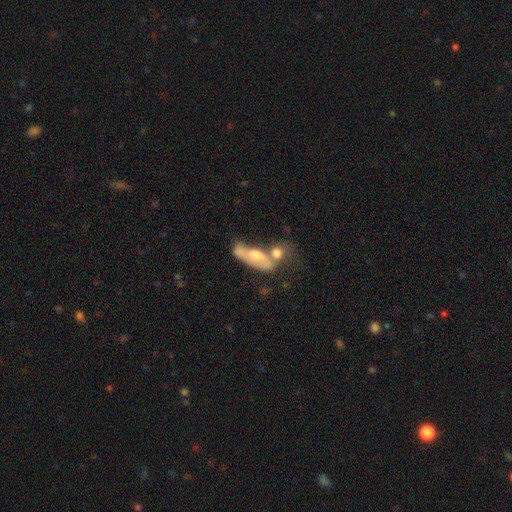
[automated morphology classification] A featured or disk galaxy (51%). Merging: merger (50%).